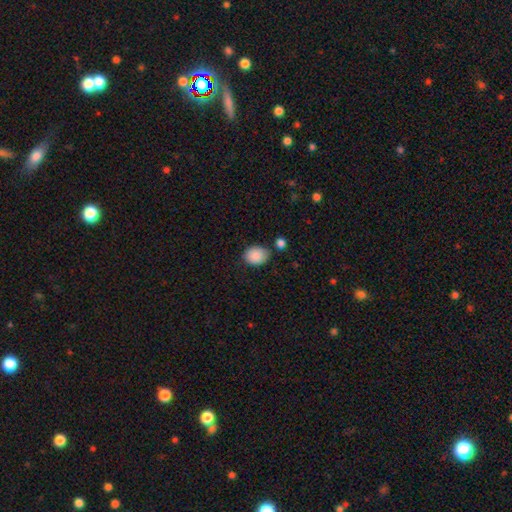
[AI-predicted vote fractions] Overall: smooth (88%). How rounded: in between (58%; round 41%). Merging: none (74%).